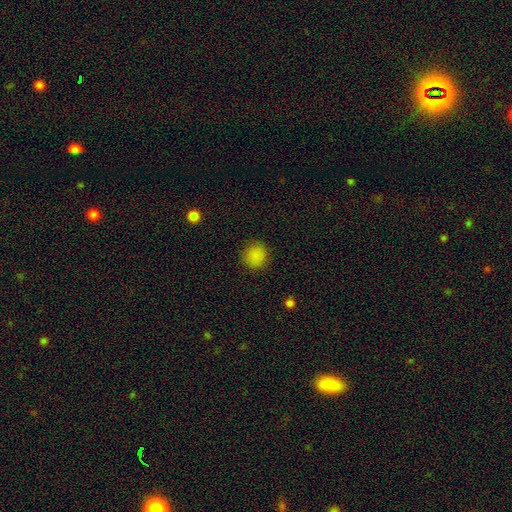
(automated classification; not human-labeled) Smooth or featured? smooth (85%)
How rounded? round (89%)
Merging? none (89%)